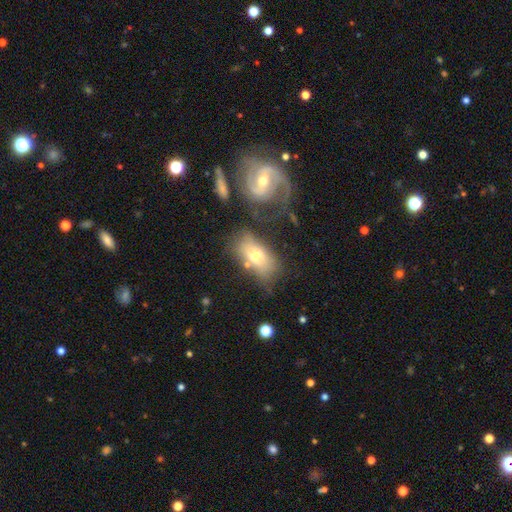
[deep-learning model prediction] Smooth or featured: smooth — 61% (featured or disk — 31%)
How rounded: in between — 89% (cigar-shaped — 6%)
Merging: none — 46% (minor disturbance — 22%)